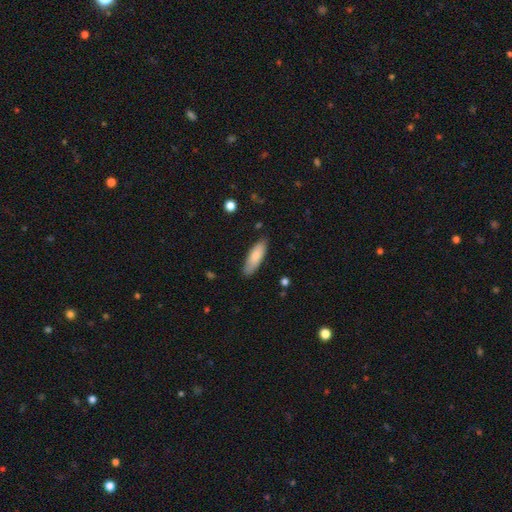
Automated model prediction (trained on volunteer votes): smooth 82%, featured or disk 13%, star or artifact 6%. Down the decision tree: how rounded — in between (55%); merging — none (83%).